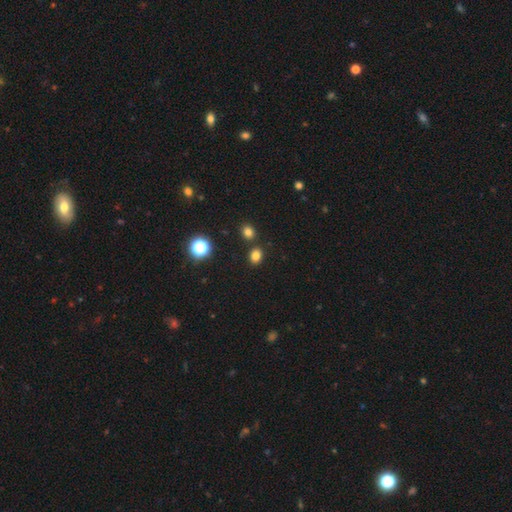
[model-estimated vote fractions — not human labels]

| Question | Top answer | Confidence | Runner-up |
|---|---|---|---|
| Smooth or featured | smooth | 79% | star or artifact (16%) |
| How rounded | round | 57% | in between (43%) |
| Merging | none | 79% | merger (10%) |